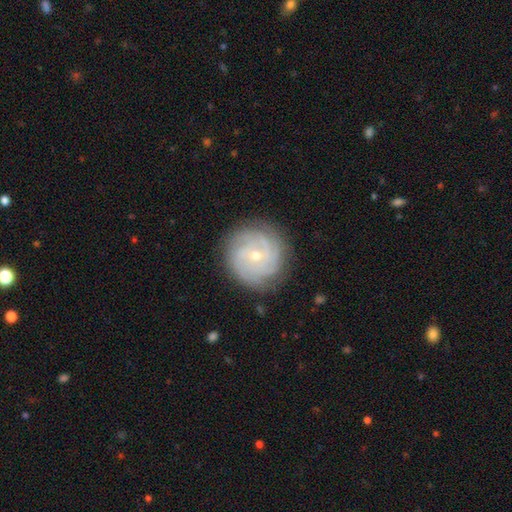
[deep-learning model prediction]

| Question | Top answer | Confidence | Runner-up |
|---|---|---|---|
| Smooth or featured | featured or disk | 80% | smooth (13%) |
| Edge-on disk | no | 97% | yes (3%) |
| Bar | no | 71% | weak (24%) |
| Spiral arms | yes | 95% | no (5%) |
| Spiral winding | tight | 74% | medium (21%) |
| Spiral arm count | can't tell | 28% | 3 (25%) |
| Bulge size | small | 66% | moderate (31%) |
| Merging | none | 84% | minor disturbance (12%) |